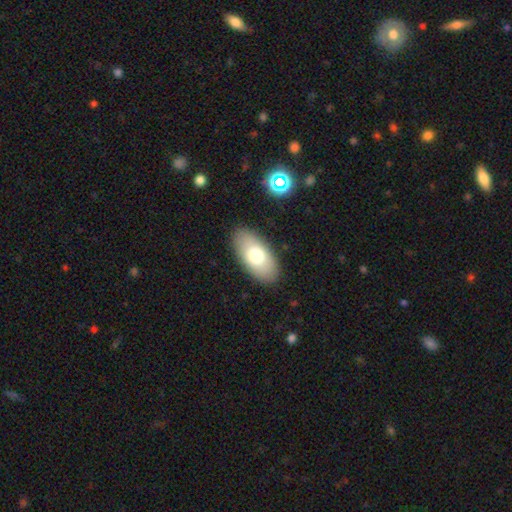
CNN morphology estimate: smooth 74%, featured or disk 19%, star or artifact 7%. Down the decision tree: how rounded — in between (93%); merging — none (87%).